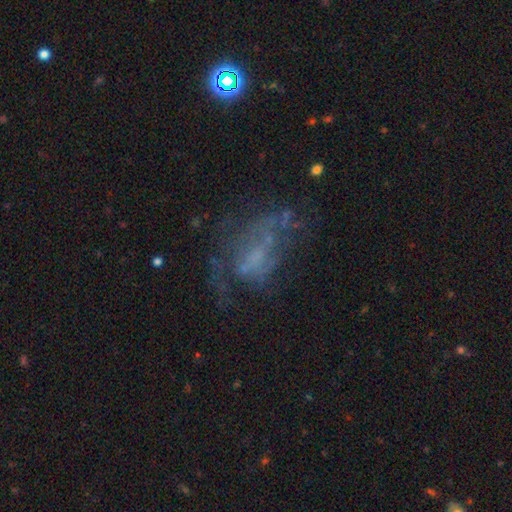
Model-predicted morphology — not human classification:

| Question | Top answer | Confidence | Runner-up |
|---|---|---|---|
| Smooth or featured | featured or disk | 56% | smooth (24%) |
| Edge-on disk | no | 96% | yes (4%) |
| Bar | no | 71% | weak (23%) |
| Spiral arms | no | 65% | yes (35%) |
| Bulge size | none | 59% | small (23%) |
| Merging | none | 39% | major disturbance (38%) |